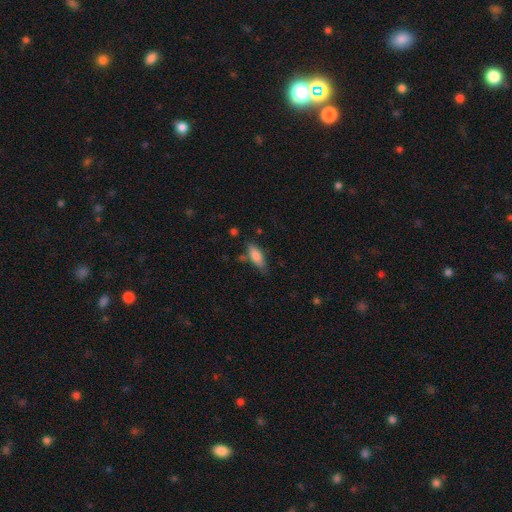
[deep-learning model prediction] Smooth or featured?
  - smooth: 80% *
  - featured or disk: 13%
  - star or artifact: 7%
How rounded?
  - in between: 65% *
  - cigar-shaped: 33%
  - round: 2%
Merging?
  - none: 68% *
  - minor disturbance: 21%
  - merger: 5%
  - major disturbance: 5%